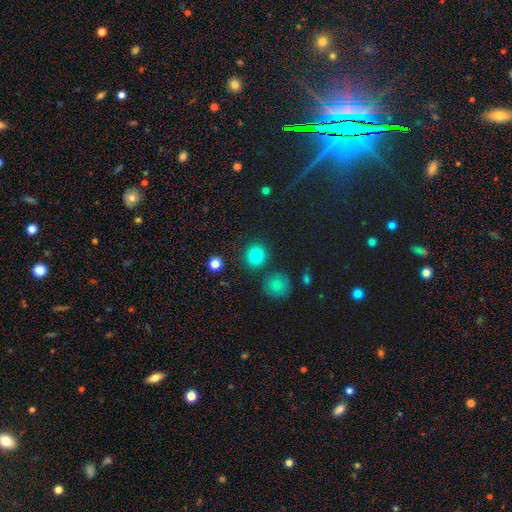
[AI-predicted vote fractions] A smooth galaxy with no disk features (83%) that is round (84%). Merging: none (84%).